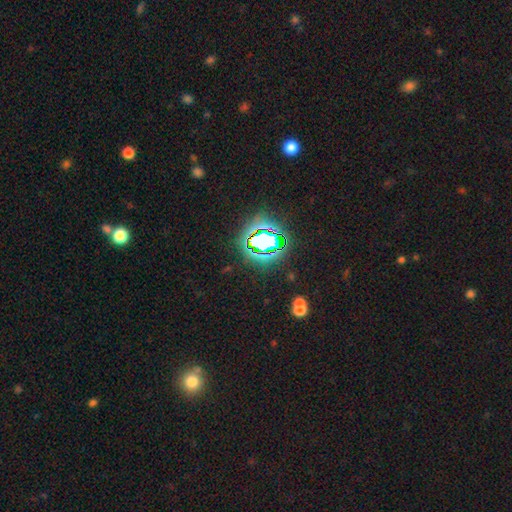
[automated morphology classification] smooth-or-featured: star or artifact: 79% | smooth: 13% | featured or disk: 7%